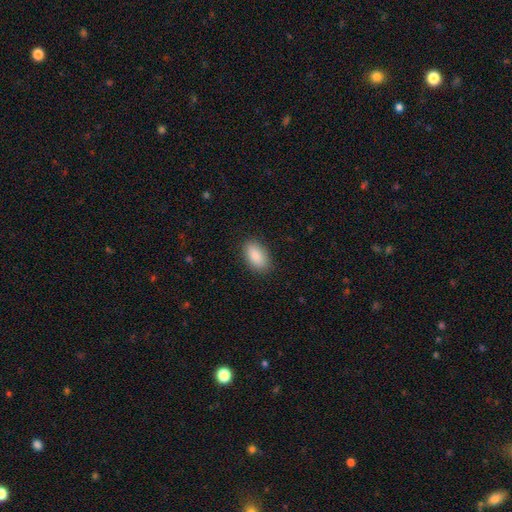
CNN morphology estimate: Smooth or featured?
  - smooth: 89% *
  - star or artifact: 7%
  - featured or disk: 4%
How rounded?
  - in between: 93% *
  - round: 4%
  - cigar-shaped: 3%
Merging?
  - none: 88% *
  - minor disturbance: 9%
  - major disturbance: 2%
  - merger: 1%